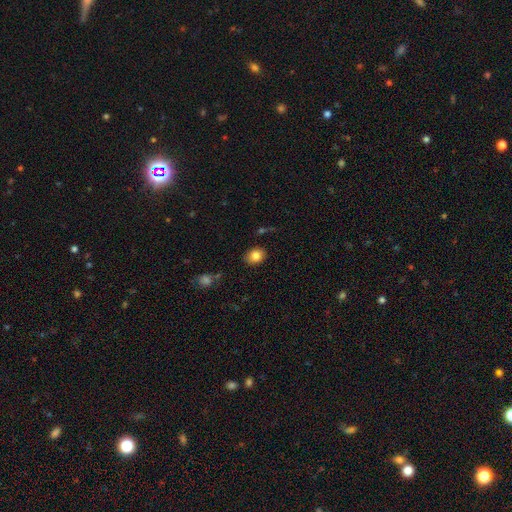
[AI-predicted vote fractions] Smooth or featured: smooth — 83% (star or artifact — 9%)
How rounded: in between — 56% (round — 43%)
Merging: none — 85% (minor disturbance — 10%)